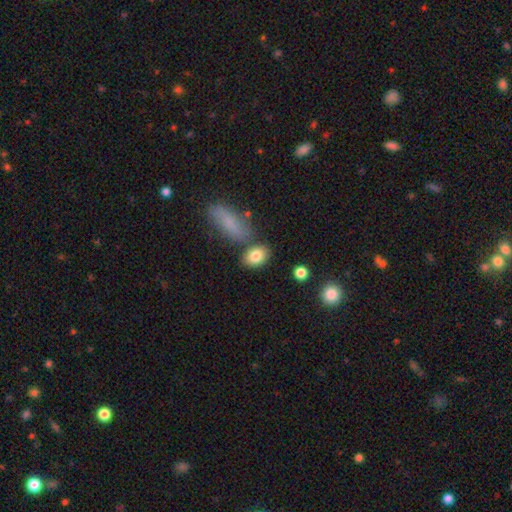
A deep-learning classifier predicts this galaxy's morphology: smooth 82%, featured or disk 10%, star or artifact 8%. Down the decision tree: how rounded — in between (80%); merging — none (71%).